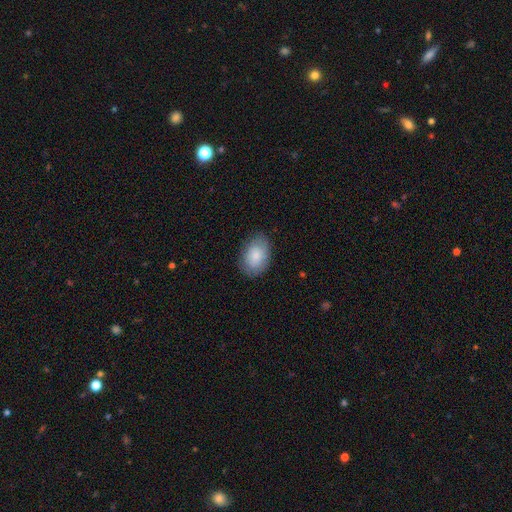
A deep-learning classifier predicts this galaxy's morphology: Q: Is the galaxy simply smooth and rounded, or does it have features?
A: smooth — 81%.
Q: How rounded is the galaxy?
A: in between — 84%.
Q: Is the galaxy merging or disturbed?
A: none — 81%.